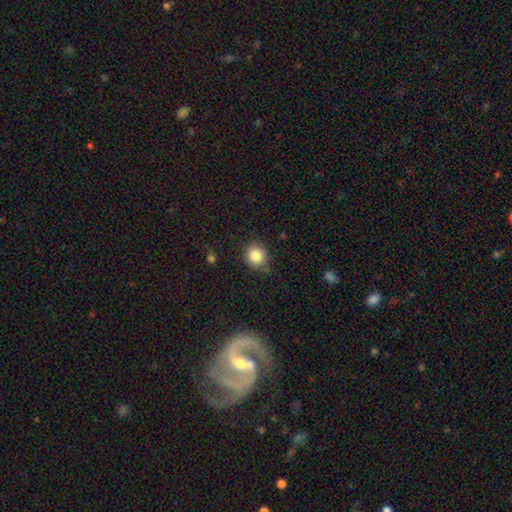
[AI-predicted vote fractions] A smooth galaxy with no disk features (85%) that is round (85%).

Vote fractions:
- Smooth or featured? smooth: 85% / star or artifact: 10% / featured or disk: 5%
- How rounded? round: 85% / in between: 15% / cigar-shaped: 1%
- Merging? none: 81% / minor disturbance: 13% / major disturbance: 3% / merger: 2%